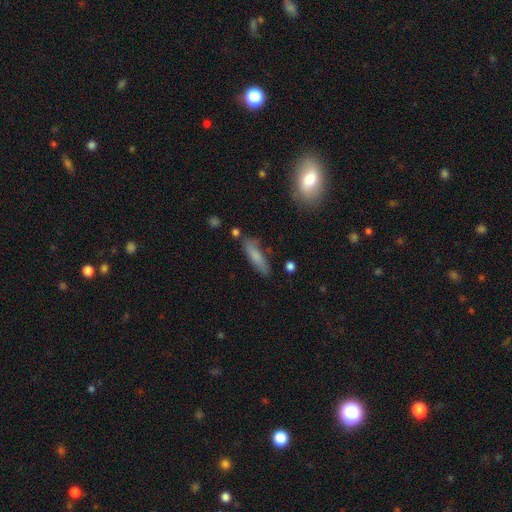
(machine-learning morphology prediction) smooth_or_featured: smooth (p=0.75) [alt: featured or disk p=0.18]
how_rounded: cigar-shaped (p=0.69) [alt: in between p=0.29]
merging: none (p=0.76) [alt: minor disturbance p=0.17]